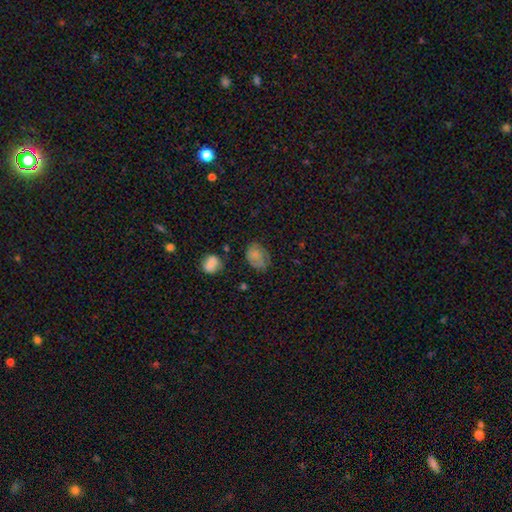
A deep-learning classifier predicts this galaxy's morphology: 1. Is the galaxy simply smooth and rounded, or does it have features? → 71% smooth, 18% featured or disk, 11% star or artifact.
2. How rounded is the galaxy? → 70% in between, 28% round, 1% cigar-shaped.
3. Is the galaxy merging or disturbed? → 54% none, 29% minor disturbance, 13% major disturbance, 3% merger.